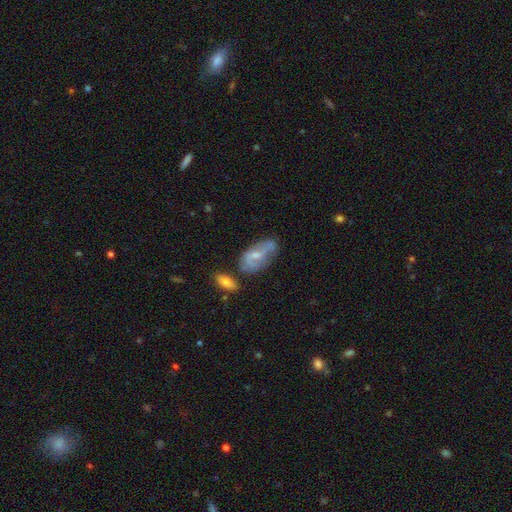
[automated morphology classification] A featured or disk galaxy (52%).

Vote fractions:
- Smooth or featured? featured or disk: 52% / smooth: 40% / star or artifact: 8%
- Edge-on disk? no: 91% / yes: 9%
- Merging? none: 44% / minor disturbance: 29% / major disturbance: 14% / merger: 14%